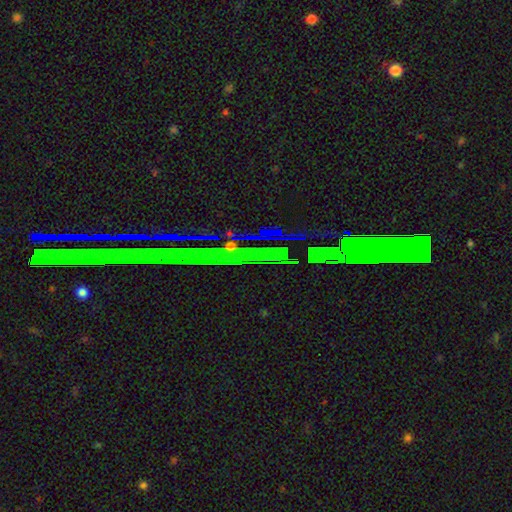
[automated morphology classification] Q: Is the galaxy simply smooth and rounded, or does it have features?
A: star or artifact — 67%.